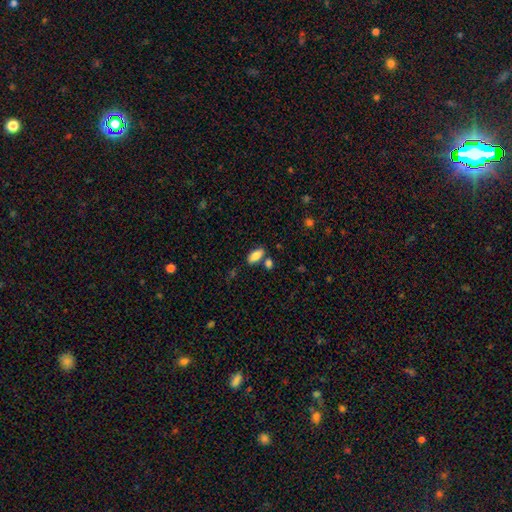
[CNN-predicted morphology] Smooth or featured? smooth (85%)
How rounded? in between (86%)
Merging? none (74%)